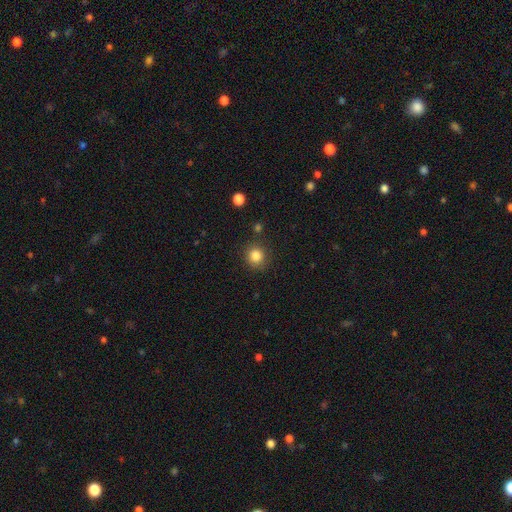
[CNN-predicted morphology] Overall: smooth (84%). How rounded: round (88%). Merging: none (85%).